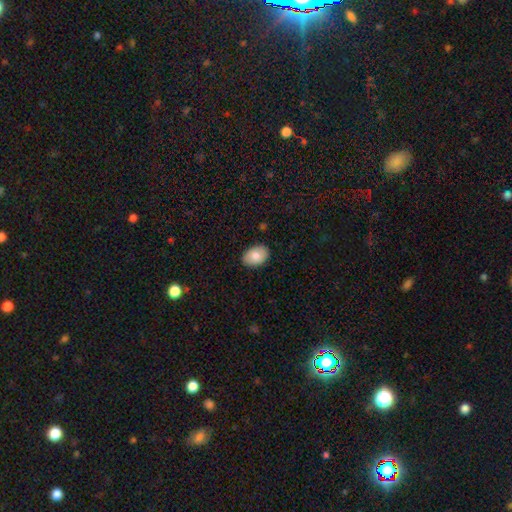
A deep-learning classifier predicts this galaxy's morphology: This is clearly a smooth galaxy (82%). How rounded: clearly in between (86%). Merging: clearly none (88%).